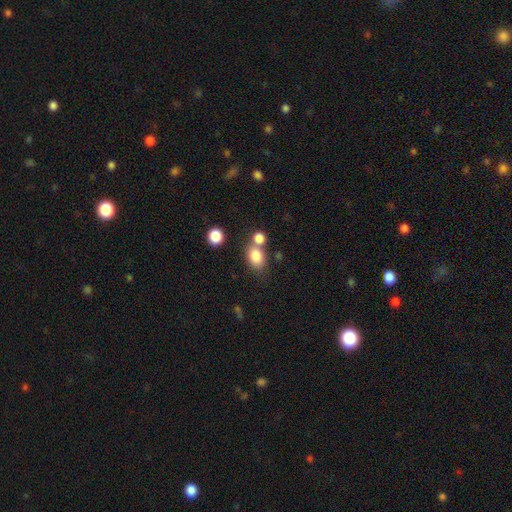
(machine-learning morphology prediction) smooth_or_featured: smooth (p=0.82) [alt: star or artifact p=0.10]
how_rounded: in between (p=0.68) [alt: round p=0.30]
merging: none (p=0.52) [alt: merger p=0.32]